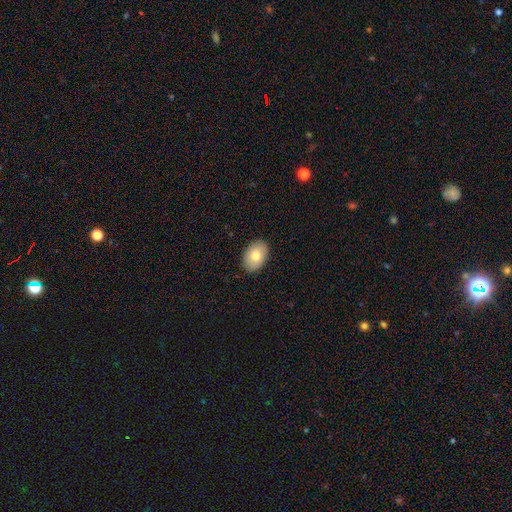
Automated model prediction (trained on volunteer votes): Smooth or featured?
  - smooth: 77% *
  - featured or disk: 16%
  - star or artifact: 7%
How rounded?
  - in between: 87% *
  - round: 12%
  - cigar-shaped: 1%
Merging?
  - none: 89% *
  - minor disturbance: 9%
  - major disturbance: 2%
  - merger: 1%